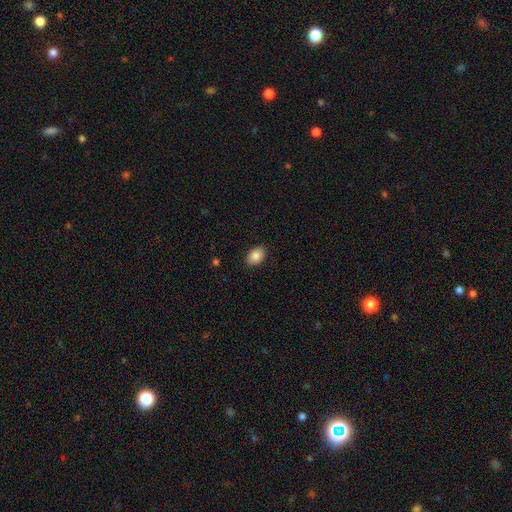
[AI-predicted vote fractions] A smooth galaxy with no disk features (87%) that is in between round and cigar-shaped (84%). Merging: none (89%).